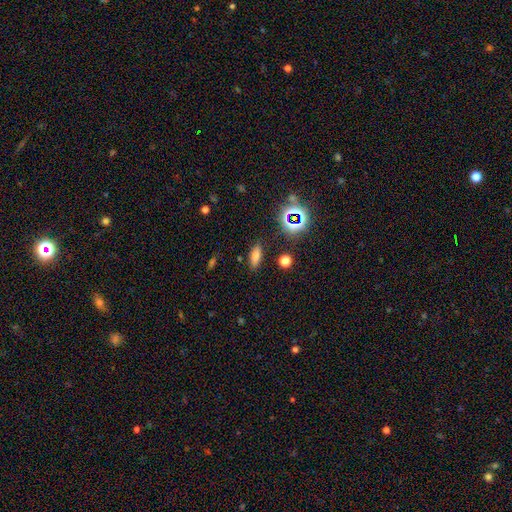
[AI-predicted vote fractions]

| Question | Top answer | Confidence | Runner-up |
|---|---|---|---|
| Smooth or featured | smooth | 65% | star or artifact (20%) |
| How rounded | in between | 67% | cigar-shaped (26%) |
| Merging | none | 84% | minor disturbance (10%) |